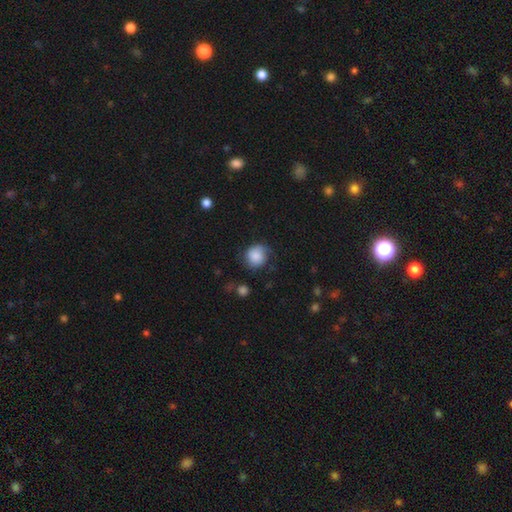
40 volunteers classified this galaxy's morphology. This appears to be a smooth galaxy with no disk features (78%) that is round (87%). Merging: none (71%).